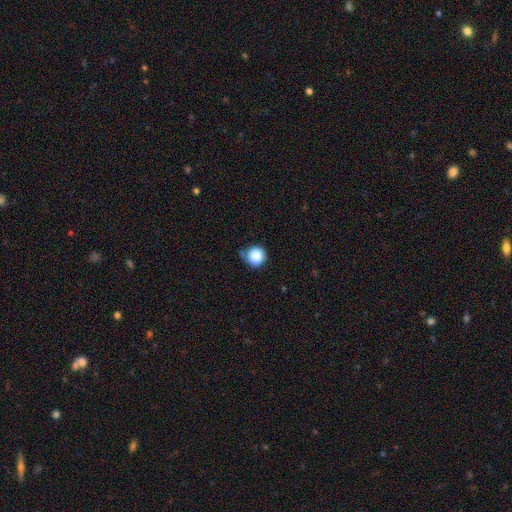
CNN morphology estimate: Smooth or featured: smooth — 88% (star or artifact — 9%)
How rounded: round — 95% (in between — 4%)
Merging: none — 75% (minor disturbance — 17%)